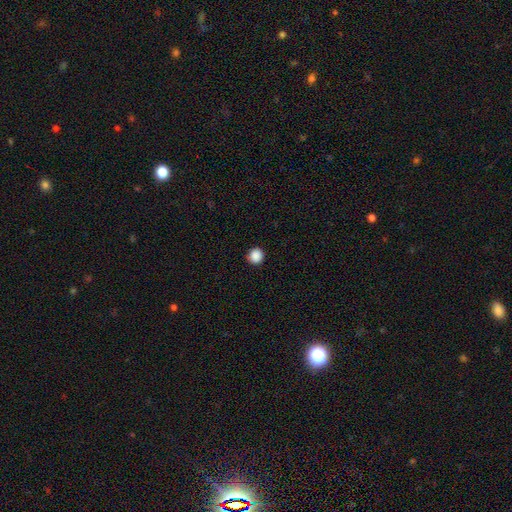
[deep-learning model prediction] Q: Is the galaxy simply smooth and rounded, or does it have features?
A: smooth — 89%.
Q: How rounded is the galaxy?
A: round — 95%.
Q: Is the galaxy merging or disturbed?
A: none — 93%.